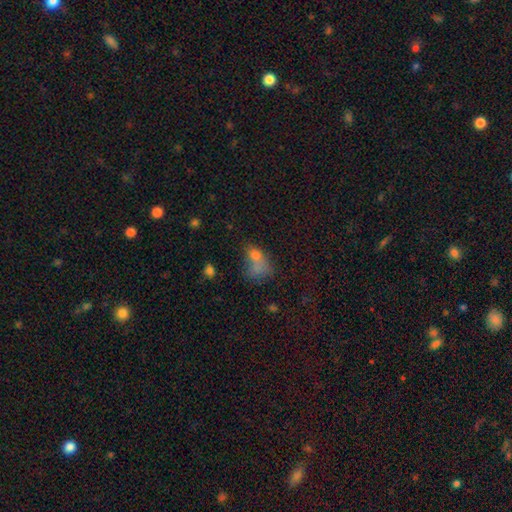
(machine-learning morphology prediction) smooth_or_featured: smooth (p=0.69) [alt: featured or disk p=0.16]
how_rounded: in between (p=0.72) [alt: round p=0.25]
merging: merger (p=0.46) [alt: none p=0.23]